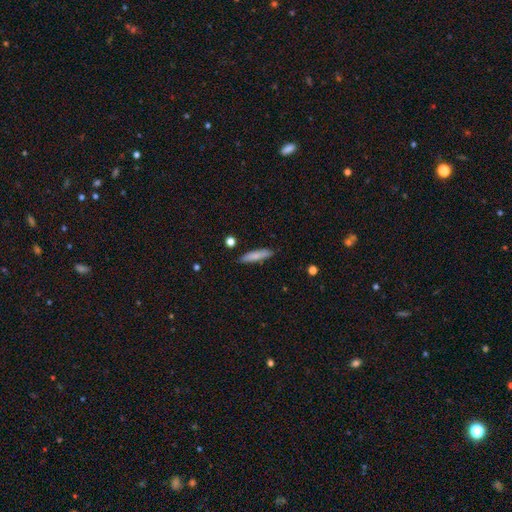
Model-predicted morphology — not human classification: Q: Smooth or featured?
A: smooth (80%); runner-up: featured or disk (14%)
Q: How rounded?
A: cigar-shaped (82%); runner-up: in between (17%)
Q: Merging?
A: none (86%); runner-up: minor disturbance (10%)